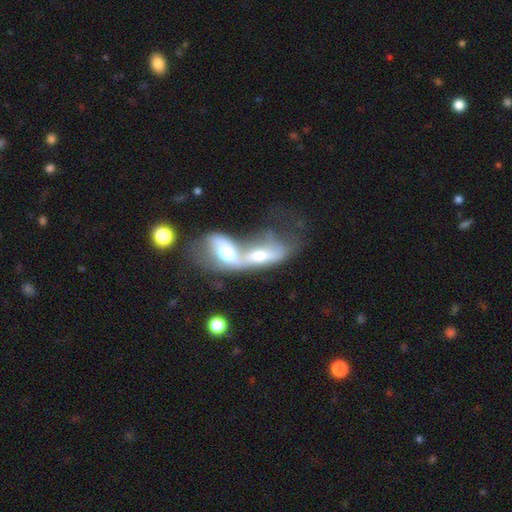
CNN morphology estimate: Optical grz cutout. It shows a featured or disk galaxy (56%). Merging: merger (82%).